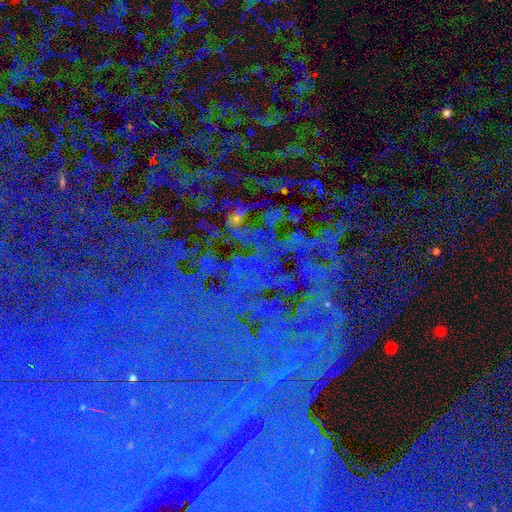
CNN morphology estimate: Q: Smooth or featured?
A: star or artifact (85%); runner-up: featured or disk (8%)